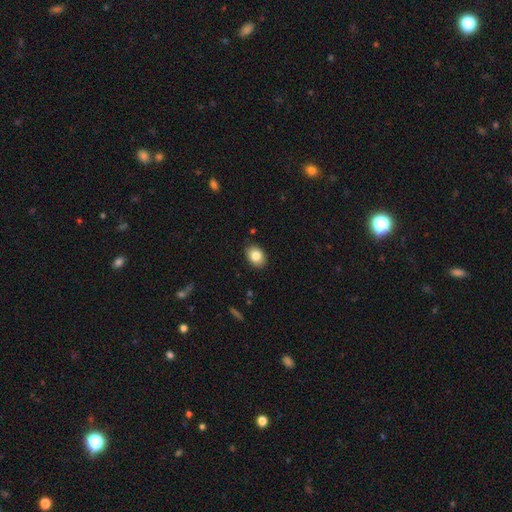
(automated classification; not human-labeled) Smooth or featured? smooth (83%)
How rounded? in between (74%)
Merging? none (89%)